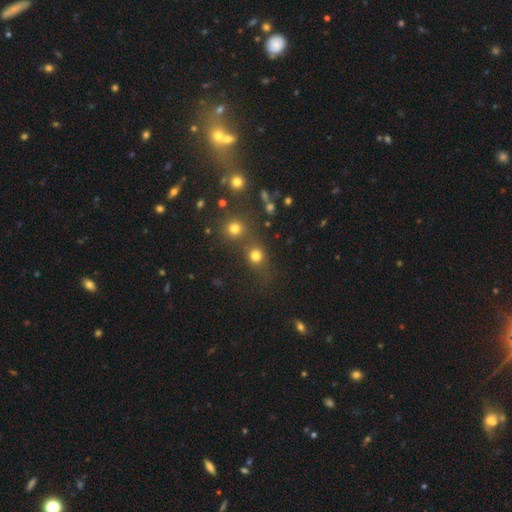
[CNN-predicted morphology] Overall: smooth (75%). How rounded: round (81%). Merging: none (59%; merger 26%).